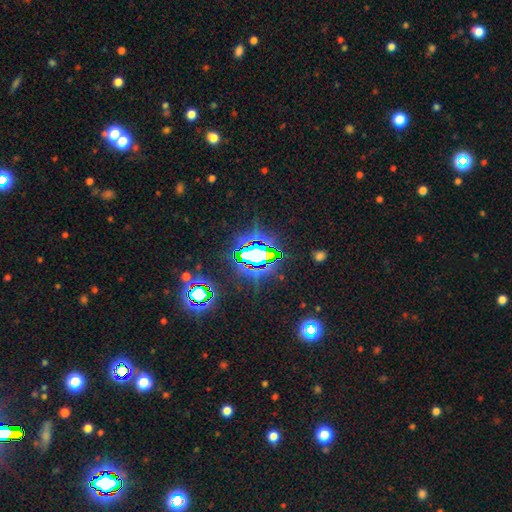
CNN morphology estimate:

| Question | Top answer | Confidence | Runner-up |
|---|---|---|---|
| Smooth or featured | star or artifact | 74% | smooth (14%) |